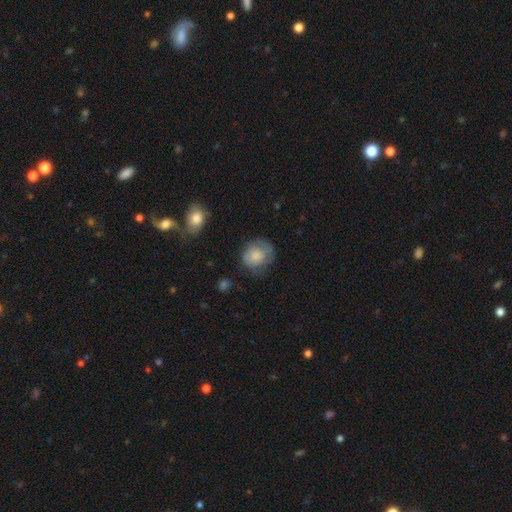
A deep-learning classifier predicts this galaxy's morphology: Q: Smooth or featured?
A: smooth (69%); runner-up: featured or disk (23%)
Q: How rounded?
A: round (70%); runner-up: in between (29%)
Q: Merging?
A: none (59%); runner-up: minor disturbance (26%)